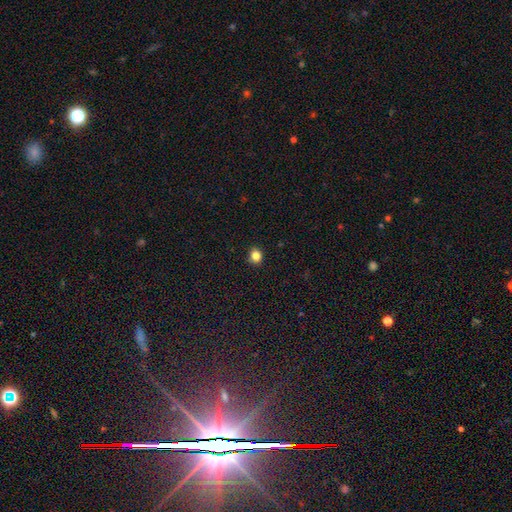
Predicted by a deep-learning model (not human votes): This appears to be a smooth galaxy with no disk features (84%) that is round (76%). Merging: none (91%).